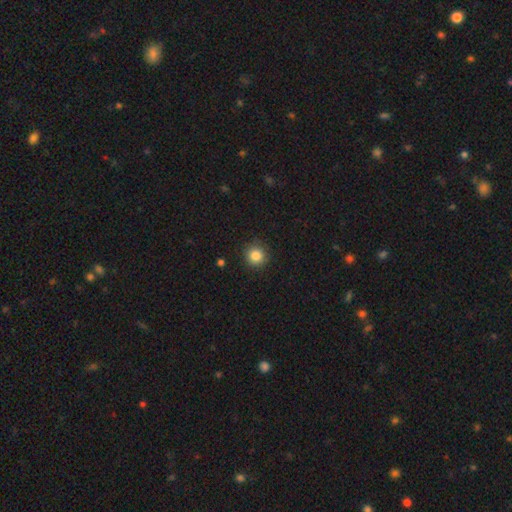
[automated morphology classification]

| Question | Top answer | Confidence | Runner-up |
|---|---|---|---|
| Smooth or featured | smooth | 85% | star or artifact (11%) |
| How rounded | round | 94% | in between (5%) |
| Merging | none | 90% | minor disturbance (7%) |